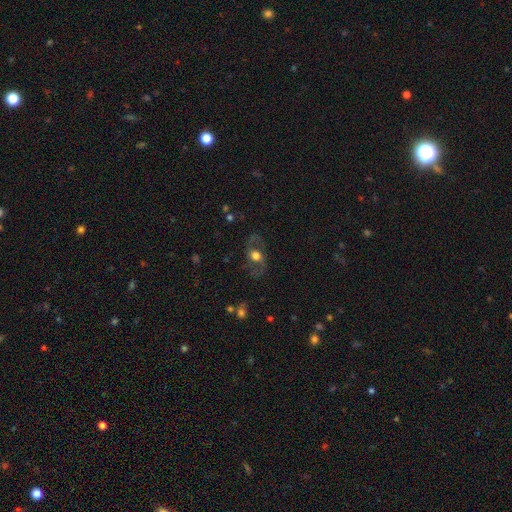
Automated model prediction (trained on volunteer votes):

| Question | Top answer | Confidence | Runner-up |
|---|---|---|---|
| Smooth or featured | featured or disk | 60% | smooth (30%) |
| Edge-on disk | no | 91% | yes (9%) |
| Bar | no | 64% | weak (26%) |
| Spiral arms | yes | 68% | no (32%) |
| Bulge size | moderate | 49% | large (39%) |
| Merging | none | 70% | minor disturbance (16%) |